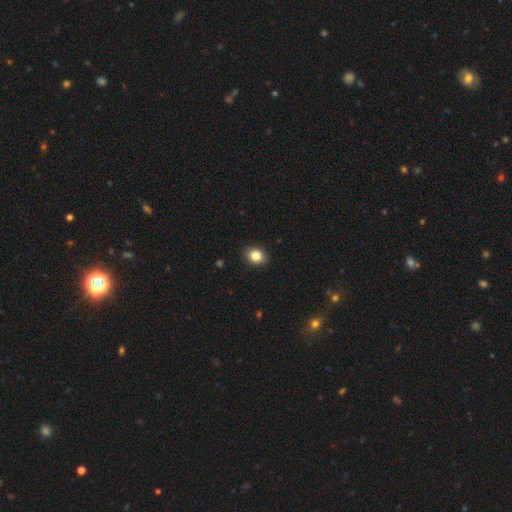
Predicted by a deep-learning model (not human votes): Smooth or featured? smooth (85%)
How rounded? round (56%)
Merging? none (91%)